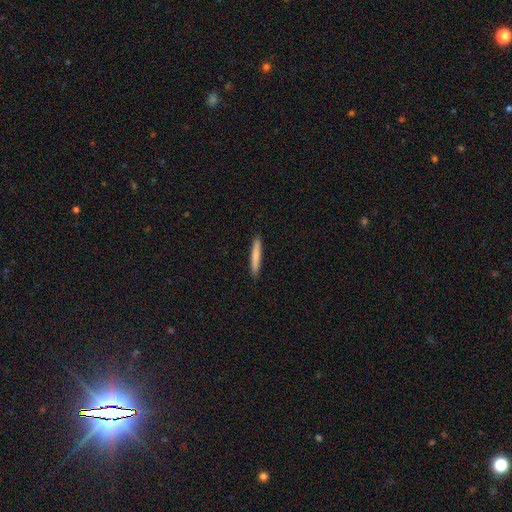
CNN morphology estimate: Smooth or featured? smooth (81%)
How rounded? cigar-shaped (95%)
Merging? none (92%)